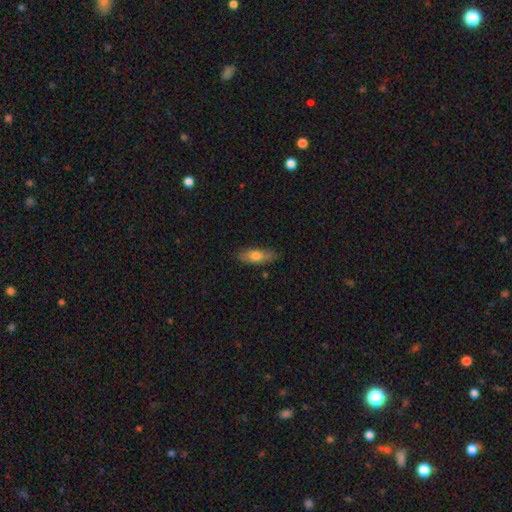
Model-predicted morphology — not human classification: Smooth or featured? smooth (67%)
How rounded? in between (62%)
Merging? none (81%)